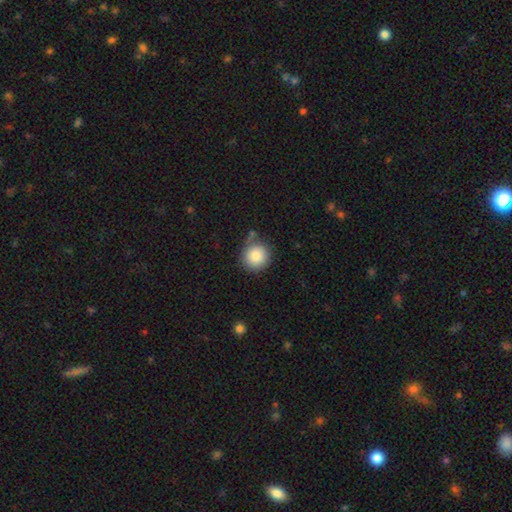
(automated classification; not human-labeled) Morphology: type=smooth (85%); roundness=round (92%); merging=none (72%).